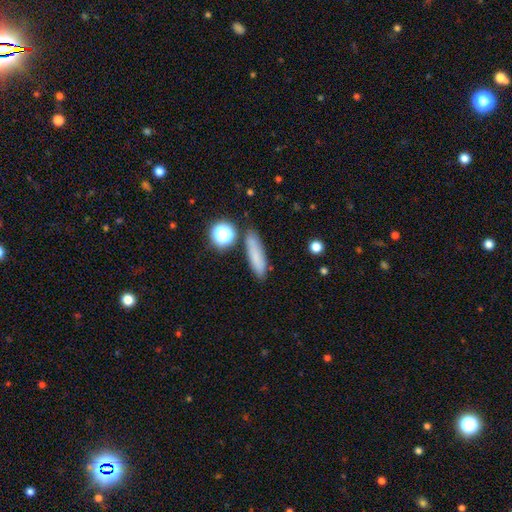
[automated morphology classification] Overall: smooth (75%). How rounded: cigar-shaped (64%; in between 30%). Merging: none (77%).